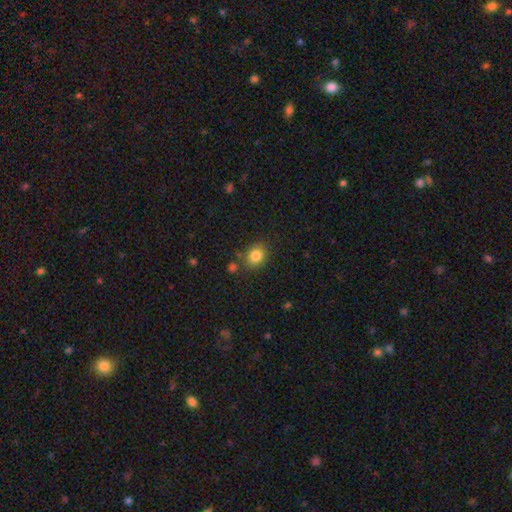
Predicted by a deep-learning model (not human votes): Smooth or featured?
  - smooth: 83% *
  - star or artifact: 10%
  - featured or disk: 7%
How rounded?
  - round: 50% *
  - in between: 49%
  - cigar-shaped: 1%
Merging?
  - none: 79% *
  - minor disturbance: 12%
  - merger: 6%
  - major disturbance: 3%